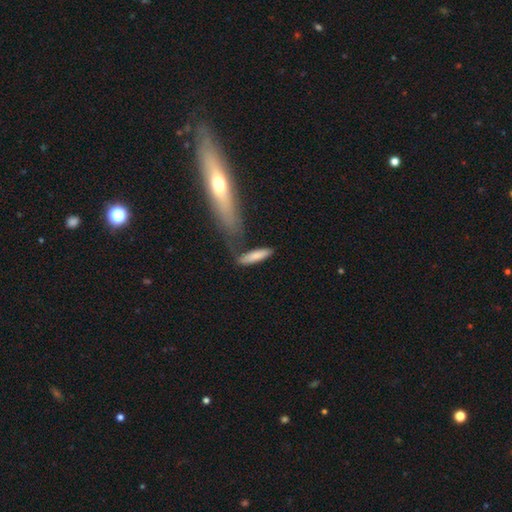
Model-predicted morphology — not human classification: Smooth or featured? Predicted: smooth (p=0.79). How rounded? Predicted: cigar-shaped (p=0.69). Merging? Predicted: none (p=0.63).